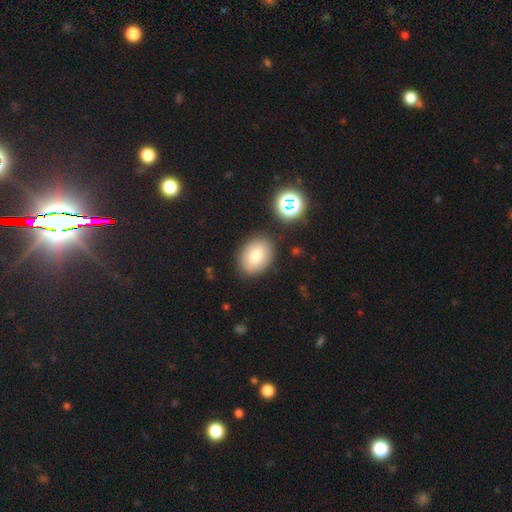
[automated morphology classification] Smooth or featured: smooth — 81% (featured or disk — 10%)
How rounded: in between — 69% (round — 30%)
Merging: none — 84% (minor disturbance — 10%)